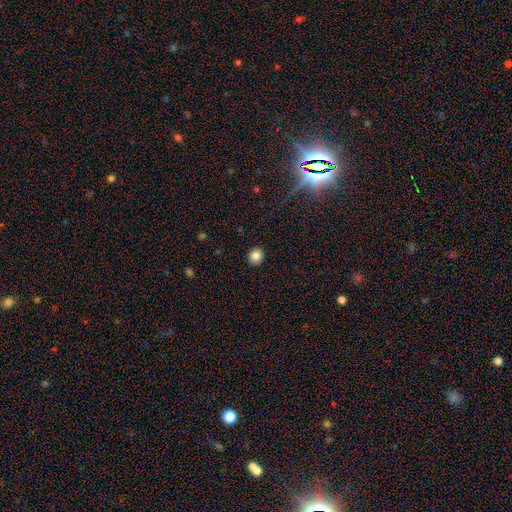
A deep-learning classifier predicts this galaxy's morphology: smooth_or_featured: smooth (p=0.85) [alt: star or artifact p=0.10]
how_rounded: round (p=0.86) [alt: in between p=0.13]
merging: none (p=0.92) [alt: minor disturbance p=0.05]